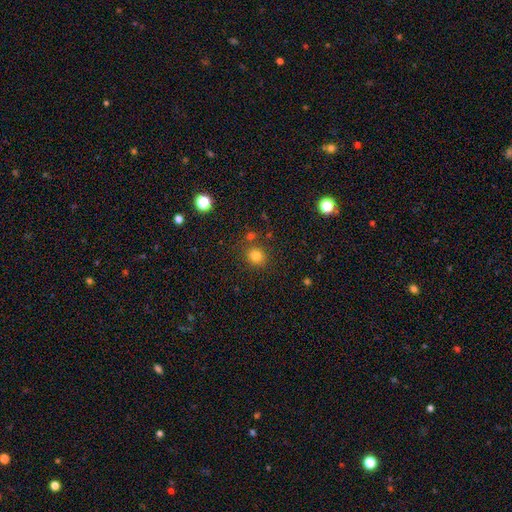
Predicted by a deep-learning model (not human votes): A smooth galaxy with no disk features (81%) that is round (83%).

Vote fractions:
- Smooth or featured? smooth: 81% / star or artifact: 13% / featured or disk: 5%
- How rounded? round: 83% / in between: 16% / cigar-shaped: 1%
- Merging? none: 79% / minor disturbance: 10% / merger: 8% / major disturbance: 4%